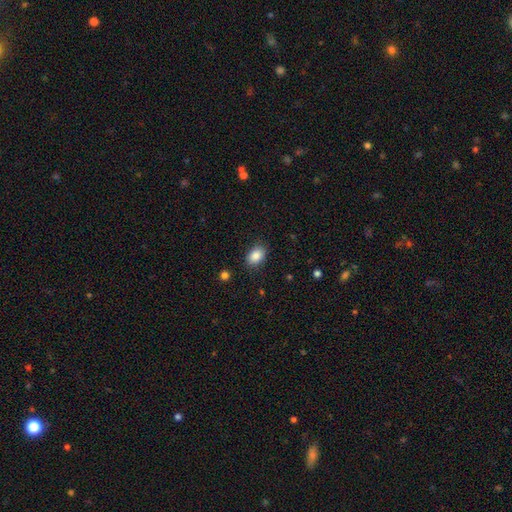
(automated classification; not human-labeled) A smooth galaxy with no disk features (87%) that is in between round and cigar-shaped (83%).

Vote fractions:
- Smooth or featured? smooth: 87% / star or artifact: 8% / featured or disk: 5%
- How rounded? in between: 83% / round: 16% / cigar-shaped: 1%
- Merging? none: 86% / minor disturbance: 10% / major disturbance: 3% / merger: 1%